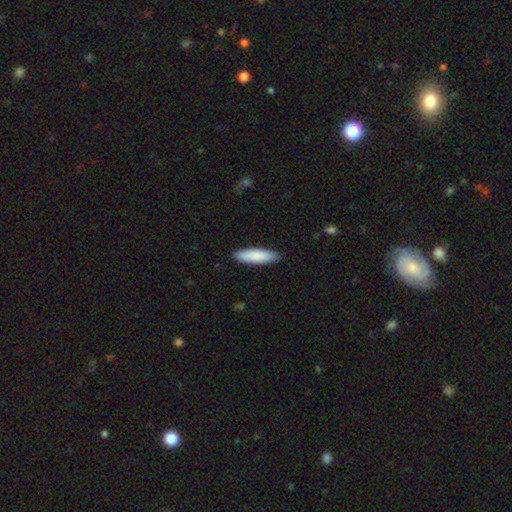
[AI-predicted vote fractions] Morphology: type=smooth (87%); roundness=cigar-shaped (61%); merging=none (88%).